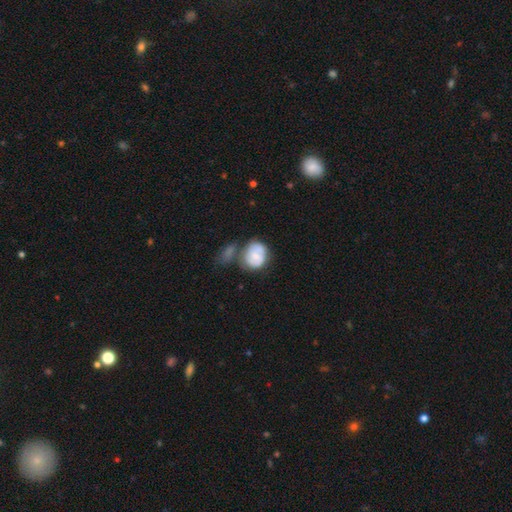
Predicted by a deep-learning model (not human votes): The model was most divided on "merging": merger: 34%, none: 33%, minor disturbance: 21%, major disturbance: 12%. More confident: how rounded — round (59%); smooth or featured — smooth (56%).